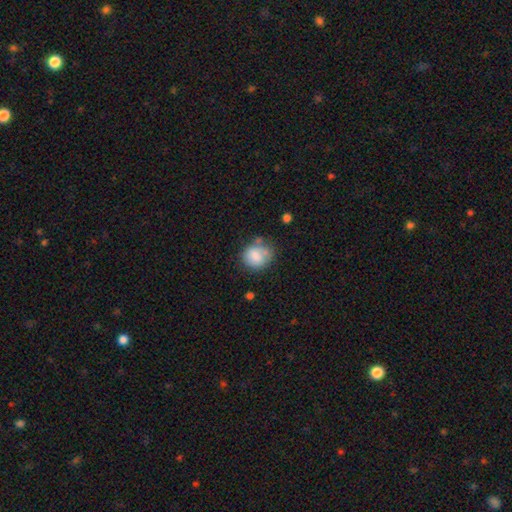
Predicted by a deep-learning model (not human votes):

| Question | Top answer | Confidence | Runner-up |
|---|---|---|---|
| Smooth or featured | smooth | 80% | featured or disk (12%) |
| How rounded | round | 71% | in between (28%) |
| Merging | none | 55% | minor disturbance (25%) |